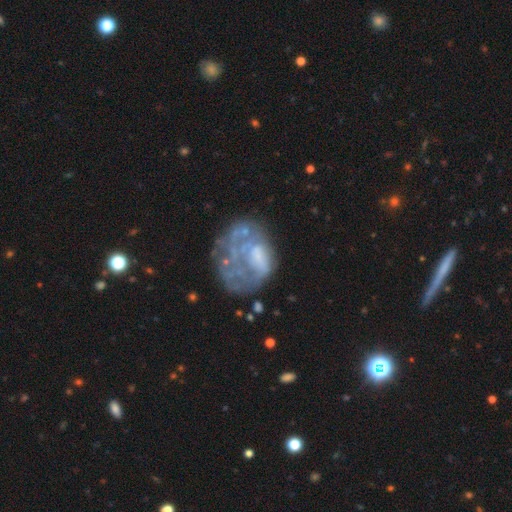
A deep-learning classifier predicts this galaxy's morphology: A featured or disk galaxy (62%) with no bar (84%), no spiral arms (80%) and no central bulge (57%). Merging: none (38%).